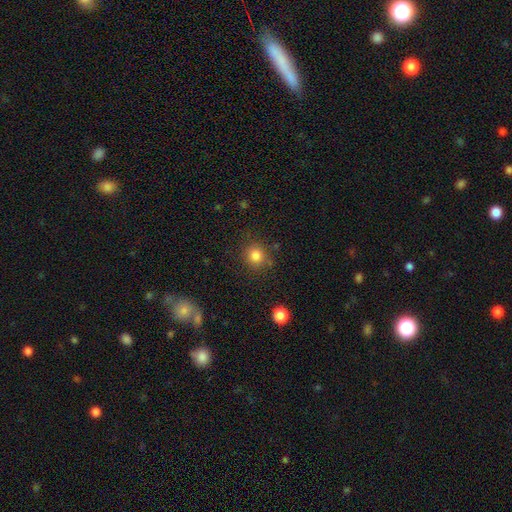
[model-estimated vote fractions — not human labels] Q: Smooth or featured?
A: smooth (82%); runner-up: star or artifact (12%)
Q: How rounded?
A: round (87%); runner-up: in between (12%)
Q: Merging?
A: none (83%); runner-up: minor disturbance (11%)